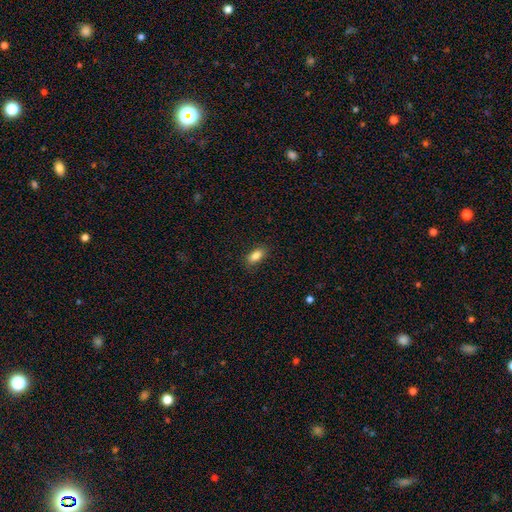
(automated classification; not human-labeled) This appears to be a smooth galaxy with no disk features (86%) that is in between round and cigar-shaped (88%). Merging: none (86%).